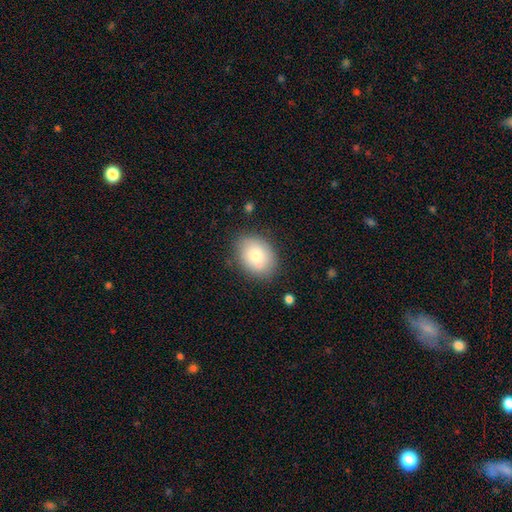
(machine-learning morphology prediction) Smooth or featured? Predicted: smooth (p=0.77). How rounded? Predicted: in between (p=0.62). Merging? Predicted: none (p=0.78).